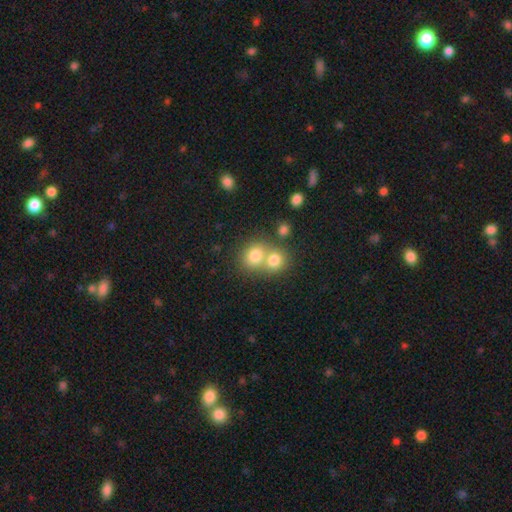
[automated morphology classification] Smooth or featured: smooth — 77% (star or artifact — 12%)
How rounded: round — 69% (in between — 30%)
Merging: merger — 54% (none — 36%)